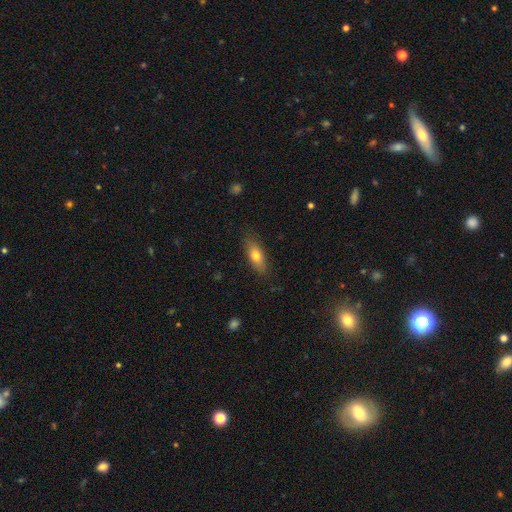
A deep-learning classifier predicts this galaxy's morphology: The model was most divided on "how rounded": in between: 68%, cigar-shaped: 28%, round: 4%. More confident: merging — none (83%); smooth or featured — smooth (69%).